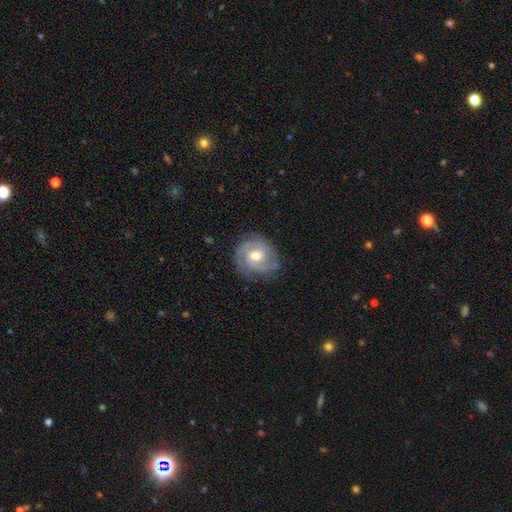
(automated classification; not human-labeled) Smooth or featured?
  - featured or disk: 79% *
  - smooth: 15%
  - star or artifact: 6%
Edge-on disk?
  - no: 97% *
  - yes: 3%
Bar?
  - no: 59% *
  - weak: 34%
  - strong: 7%
Spiral arms?
  - yes: 93% *
  - no: 7%
Spiral winding?
  - tight: 57% *
  - medium: 34%
  - loose: 9%
Spiral arm count?
  - 2: 35% *
  - 3: 31%
  - can't tell: 20%
  - 4: 5%
  - 1: 5%
  - more than 4: 4%
Bulge size?
  - moderate: 75% *
  - small: 17%
  - large: 6%
  - none: 1%
  - dominant: 1%
Merging?
  - none: 77% *
  - minor disturbance: 17%
  - major disturbance: 6%
  - merger: 1%